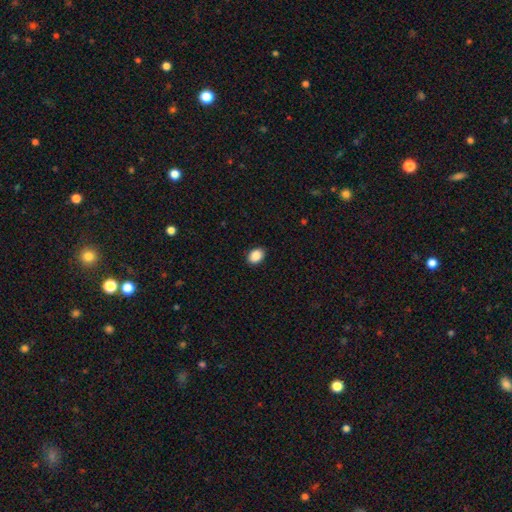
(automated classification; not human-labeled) A smooth galaxy with no disk features (90%) that is in between round and cigar-shaped (71%). Merging: none (89%).